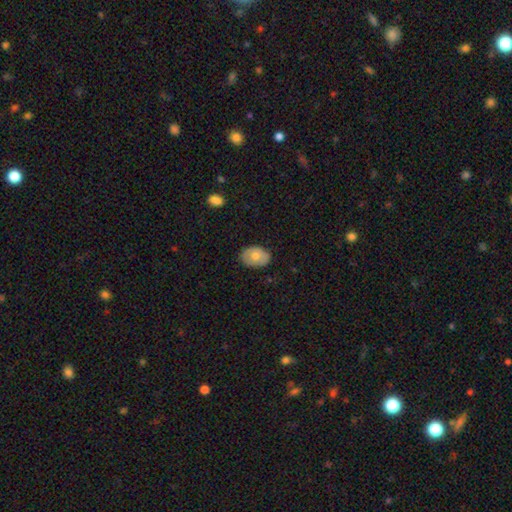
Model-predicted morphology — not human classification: Smooth or featured? Predicted: smooth (p=0.63). How rounded? Predicted: in between (p=0.73). Merging? Predicted: none (p=0.83).